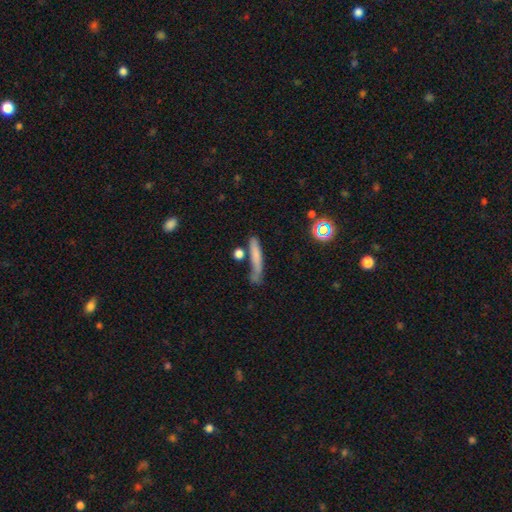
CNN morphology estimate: A smooth galaxy with no disk features (67%) that is cigar-shaped (88%). Merging: none (58%).